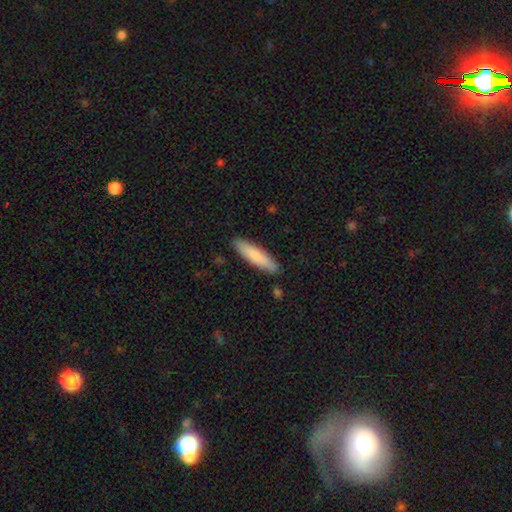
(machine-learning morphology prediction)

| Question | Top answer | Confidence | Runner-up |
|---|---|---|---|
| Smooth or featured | smooth | 83% | featured or disk (12%) |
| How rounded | cigar-shaped | 77% | in between (21%) |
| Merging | none | 88% | minor disturbance (9%) |